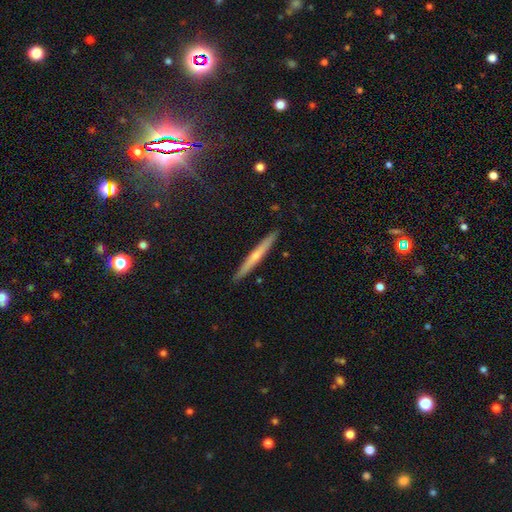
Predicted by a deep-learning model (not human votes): Smooth or featured?
  - featured or disk: 54% *
  - smooth: 39%
  - star or artifact: 7%
Edge-on disk?
  - yes: 96% *
  - no: 4%
Edge-on bulge?
  - rounded: 56% *
  - none: 41%
  - boxy: 3%
Merging?
  - none: 91% *
  - minor disturbance: 6%
  - major disturbance: 1%
  - merger: 1%